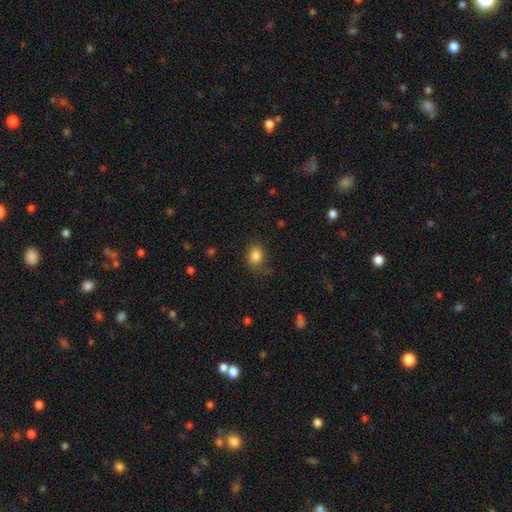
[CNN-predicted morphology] A smooth galaxy with no disk features (84%) that is in between round and cigar-shaped (62%).

Vote fractions:
- Smooth or featured? smooth: 84% / star or artifact: 10% / featured or disk: 6%
- How rounded? in between: 62% / round: 37% / cigar-shaped: 1%
- Merging? none: 73% / minor disturbance: 19% / major disturbance: 6% / merger: 2%